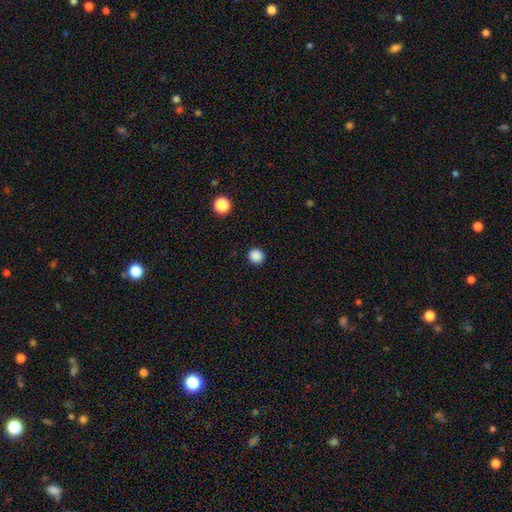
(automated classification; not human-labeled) Smooth or featured? Predicted: smooth (p=0.86). How rounded? Predicted: round (p=0.93). Merging? Predicted: none (p=0.92).